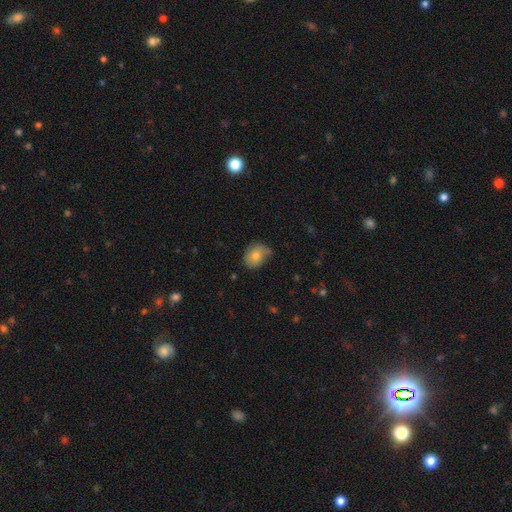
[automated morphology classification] A smooth galaxy with no disk features (78%) that is in between round and cigar-shaped (53%). Merging: none (58%).